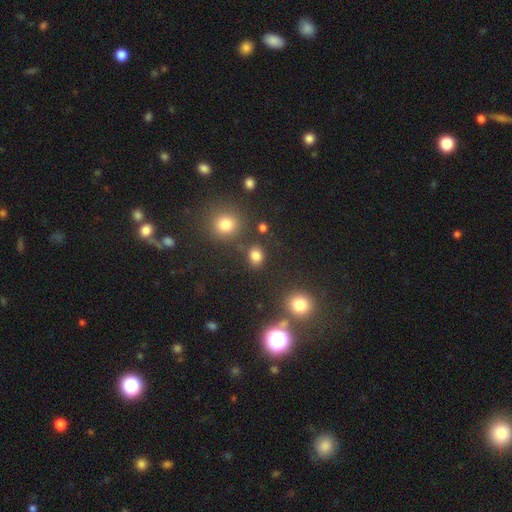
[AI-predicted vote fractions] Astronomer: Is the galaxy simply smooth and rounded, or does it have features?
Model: smooth — 80%.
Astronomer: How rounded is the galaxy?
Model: round — 55% (runner-up: in between, 43%).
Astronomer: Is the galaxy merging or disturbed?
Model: none — 80%.